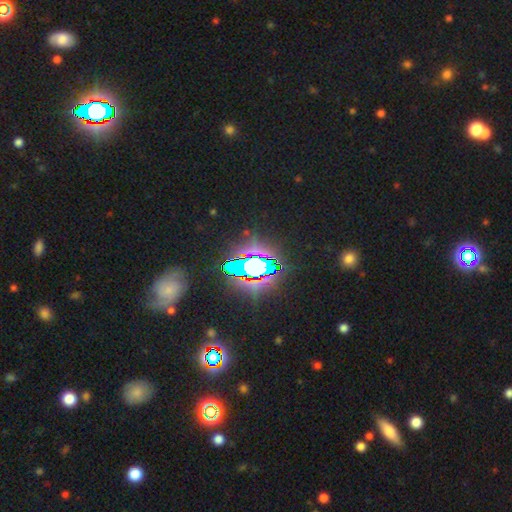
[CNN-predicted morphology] Overall: star or artifact (78%).